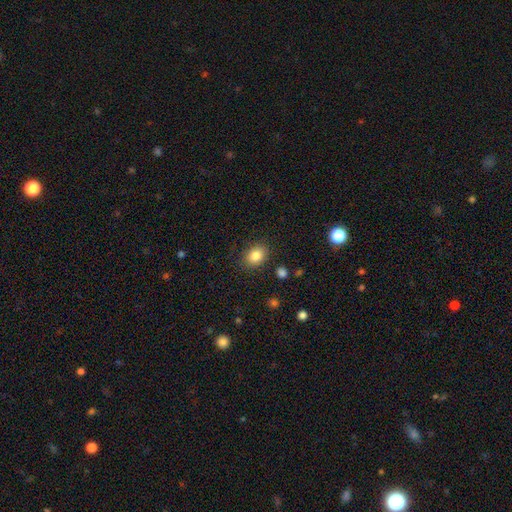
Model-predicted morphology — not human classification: This is clearly a smooth galaxy (85%). How rounded: likely in between (64%). Merging: clearly none (86%).